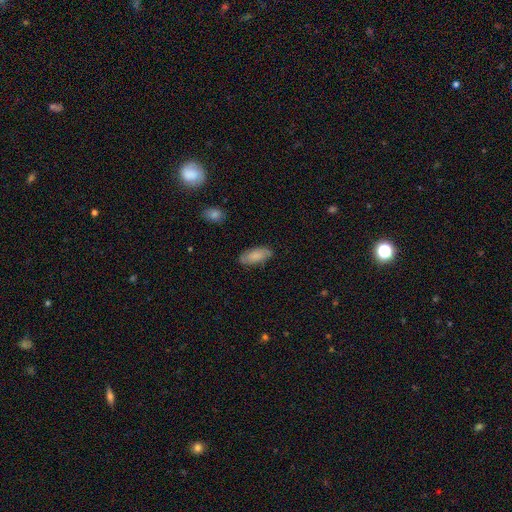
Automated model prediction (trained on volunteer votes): Morphology: type=smooth (77%); roundness=in between (86%); merging=none (81%).